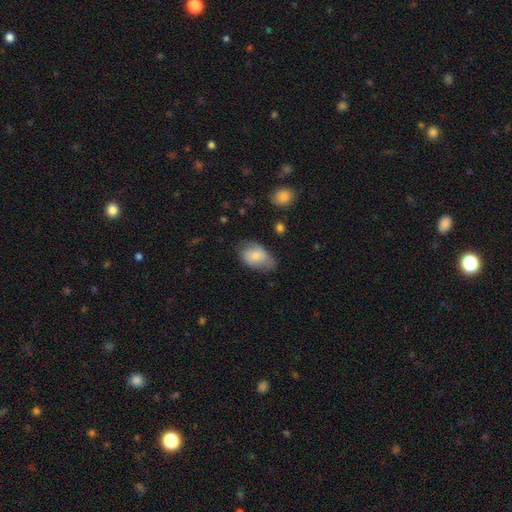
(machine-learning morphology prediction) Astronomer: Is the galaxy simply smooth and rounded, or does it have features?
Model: smooth — 74%.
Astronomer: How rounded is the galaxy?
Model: in between — 86%.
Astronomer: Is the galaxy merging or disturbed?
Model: none — 50% (runner-up: minor disturbance, 36%).